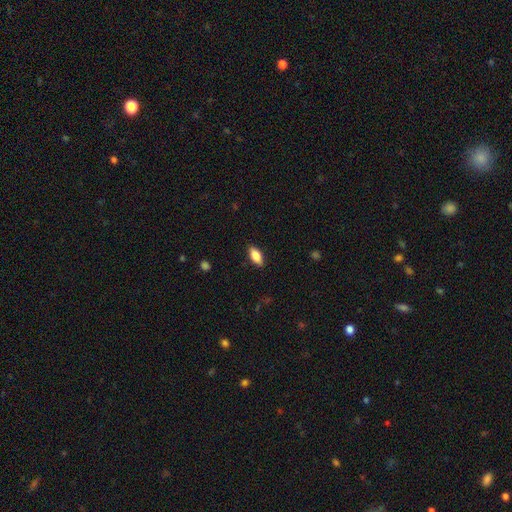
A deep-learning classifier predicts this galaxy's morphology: A smooth galaxy with no disk features (82%) that is in between round and cigar-shaped (87%).

Vote fractions:
- Smooth or featured? smooth: 82% / featured or disk: 11% / star or artifact: 7%
- How rounded? in between: 87% / cigar-shaped: 11% / round: 3%
- Merging? none: 88% / minor disturbance: 9% / major disturbance: 2% / merger: 1%